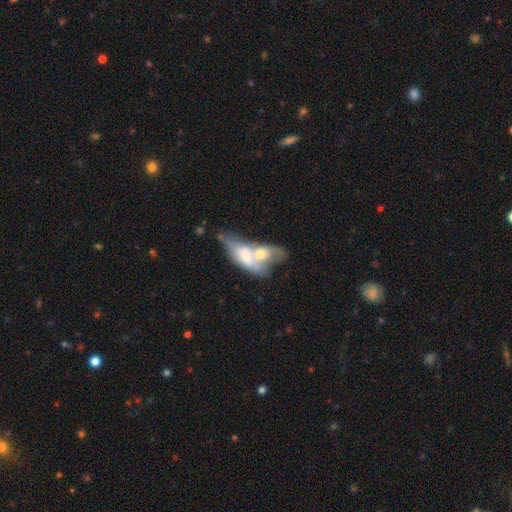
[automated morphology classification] A smooth galaxy with no disk features (48%).

Vote fractions:
- Smooth or featured? smooth: 48% / featured or disk: 44% / star or artifact: 7%
- Merging? merger: 74% / none: 10% / major disturbance: 9% / minor disturbance: 7%